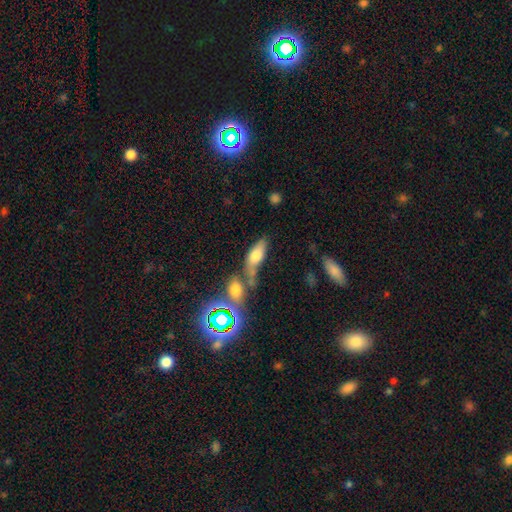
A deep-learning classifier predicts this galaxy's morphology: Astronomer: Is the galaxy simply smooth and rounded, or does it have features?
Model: smooth — 68%.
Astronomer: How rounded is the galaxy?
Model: in between — 76%.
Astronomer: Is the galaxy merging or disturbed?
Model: none — 38%, tied with merger at 38%.